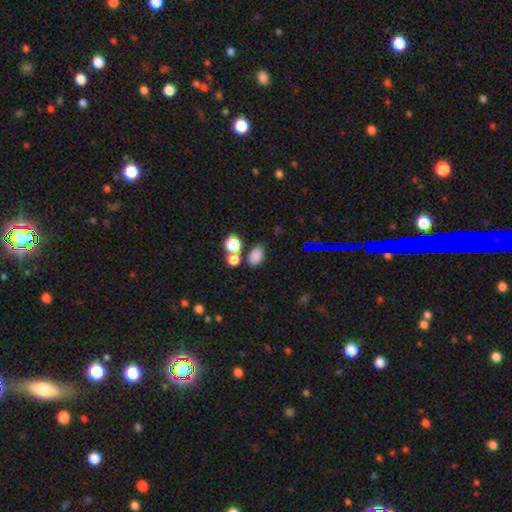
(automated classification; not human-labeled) A smooth galaxy with no disk features (78%) that is in between round and cigar-shaped (82%). Merging: none (66%).